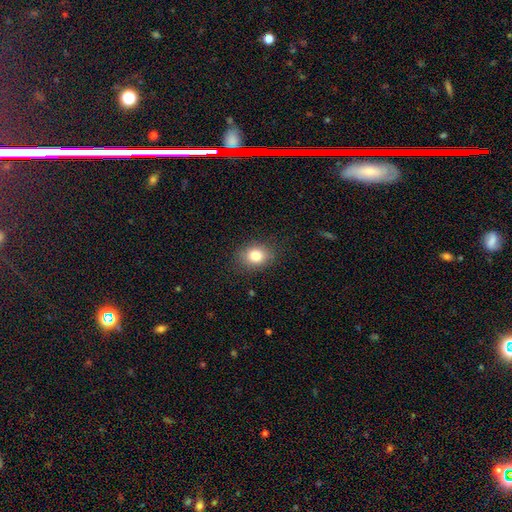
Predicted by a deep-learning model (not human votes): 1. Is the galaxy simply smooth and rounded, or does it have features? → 82% smooth, 10% star or artifact, 8% featured or disk.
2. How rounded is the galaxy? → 55% in between, 44% round, 1% cigar-shaped.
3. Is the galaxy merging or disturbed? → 85% none, 10% minor disturbance, 3% major disturbance, 1% merger.